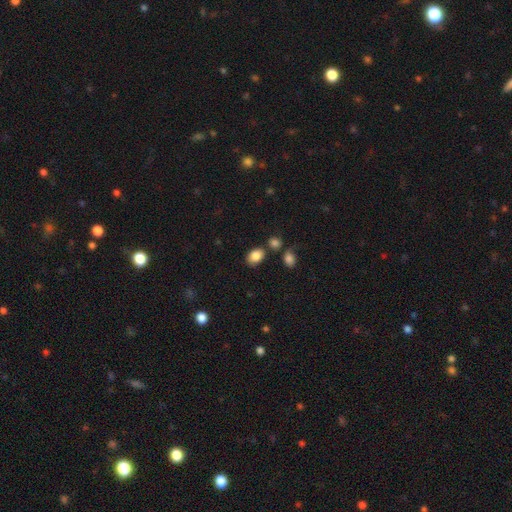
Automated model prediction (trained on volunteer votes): A smooth galaxy with no disk features (85%) that is in between round and cigar-shaped (80%). Merging: none (72%).